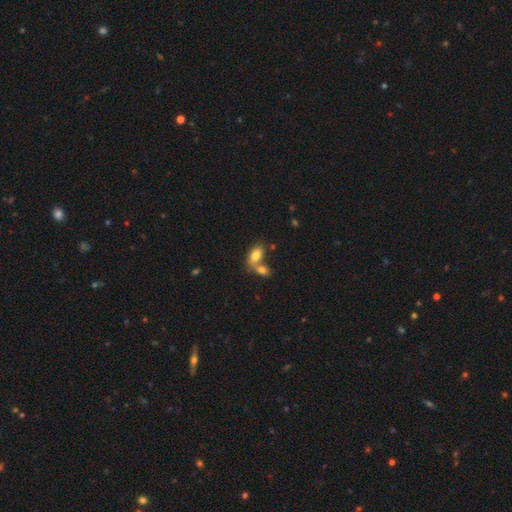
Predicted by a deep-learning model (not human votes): smooth-or-featured: smooth: 80% | featured or disk: 12% | star or artifact: 8%
  how-rounded: in between: 91% | round: 6% | cigar-shaped: 3%
  merging: merger: 53% | none: 35% | minor disturbance: 9% | major disturbance: 3%